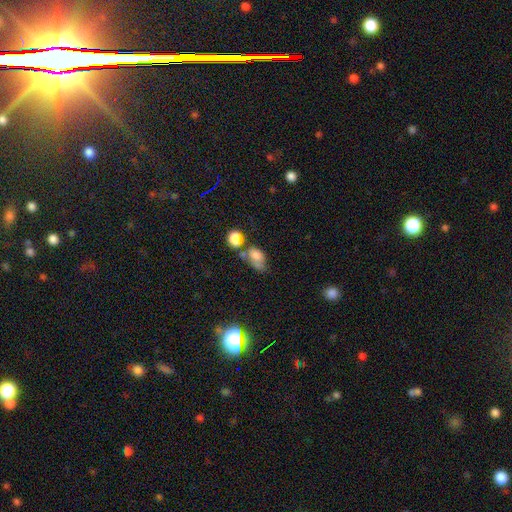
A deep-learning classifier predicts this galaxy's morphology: smooth_or_featured: smooth (p=0.71) [alt: featured or disk p=0.16]
how_rounded: in between (p=0.80) [alt: round p=0.18]
merging: merger (p=0.30) [alt: none p=0.28]